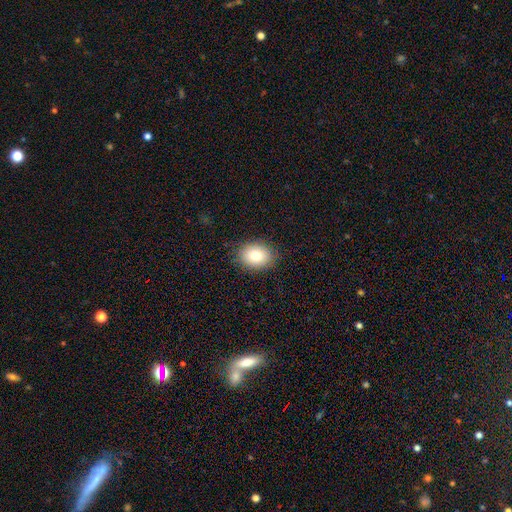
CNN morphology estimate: A smooth galaxy with no disk features (80%) that is in between round and cigar-shaped (61%). Merging: none (87%).